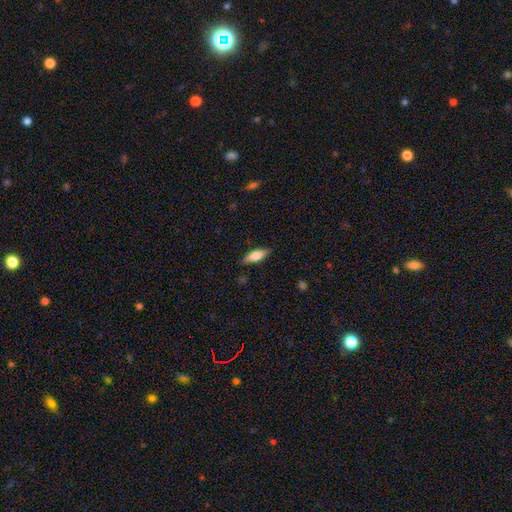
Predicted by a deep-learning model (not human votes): Q: Smooth or featured?
A: smooth (78%); runner-up: featured or disk (16%)
Q: How rounded?
A: in between (65%); runner-up: cigar-shaped (32%)
Q: Merging?
A: none (81%); runner-up: minor disturbance (14%)